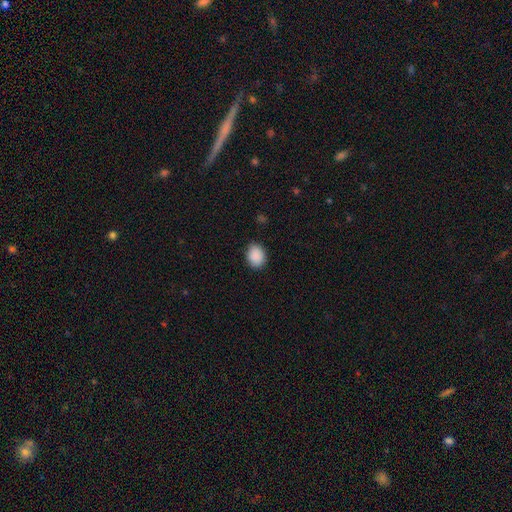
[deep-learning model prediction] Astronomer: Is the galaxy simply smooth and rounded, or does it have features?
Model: smooth — 90%.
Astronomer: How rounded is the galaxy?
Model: in between — 58% (runner-up: round, 41%).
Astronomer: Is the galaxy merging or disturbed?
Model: none — 85%.